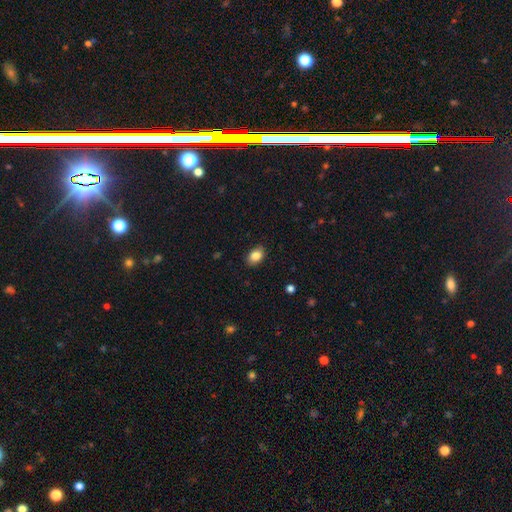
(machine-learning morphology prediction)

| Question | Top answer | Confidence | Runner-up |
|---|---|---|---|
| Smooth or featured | smooth | 86% | star or artifact (8%) |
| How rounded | in between | 81% | round (18%) |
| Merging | none | 86% | minor disturbance (11%) |